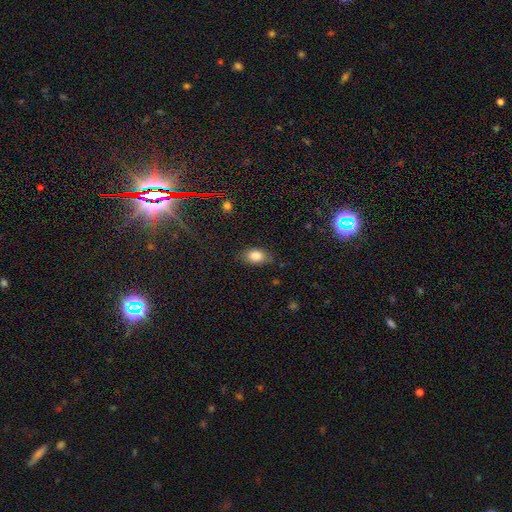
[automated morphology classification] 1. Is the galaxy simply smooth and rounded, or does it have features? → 83% smooth, 9% star or artifact, 8% featured or disk.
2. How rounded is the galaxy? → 82% in between, 16% round, 2% cigar-shaped.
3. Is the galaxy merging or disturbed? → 79% none, 16% minor disturbance, 3% major disturbance, 1% merger.